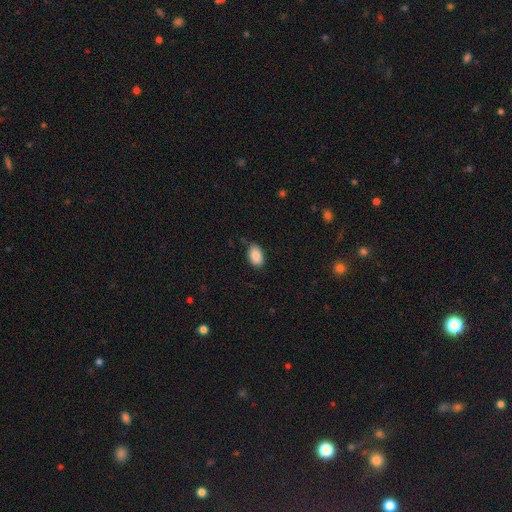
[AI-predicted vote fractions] Q: Smooth or featured?
A: smooth (88%); runner-up: star or artifact (7%)
Q: How rounded?
A: in between (92%); runner-up: round (7%)
Q: Merging?
A: none (76%); runner-up: minor disturbance (19%)